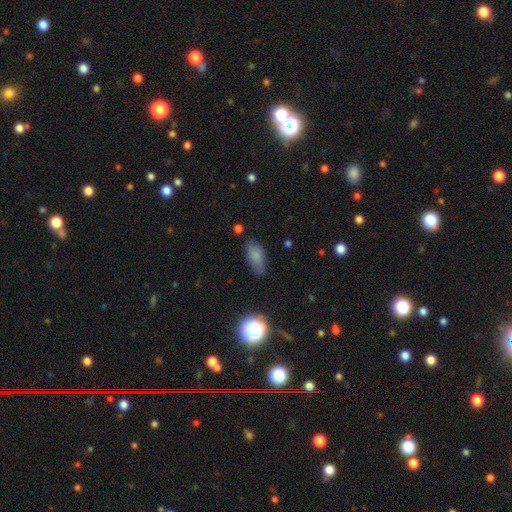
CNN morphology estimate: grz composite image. It shows a smooth galaxy with no disk features (76%) that is in between round and cigar-shaped (85%). Merging: none (62%).